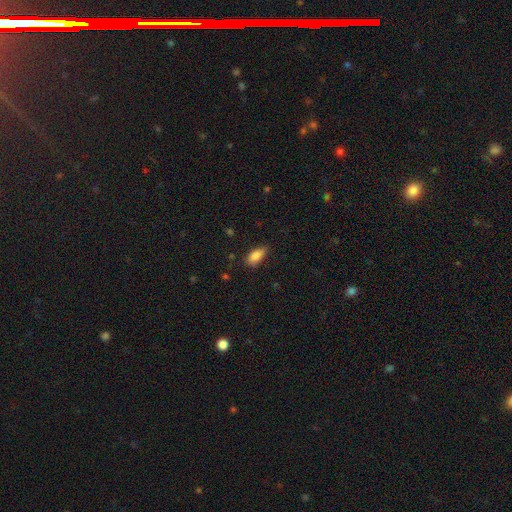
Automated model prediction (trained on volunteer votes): Smooth or featured? Predicted: smooth (p=0.85). How rounded? Predicted: in between (p=0.87). Merging? Predicted: none (p=0.69).